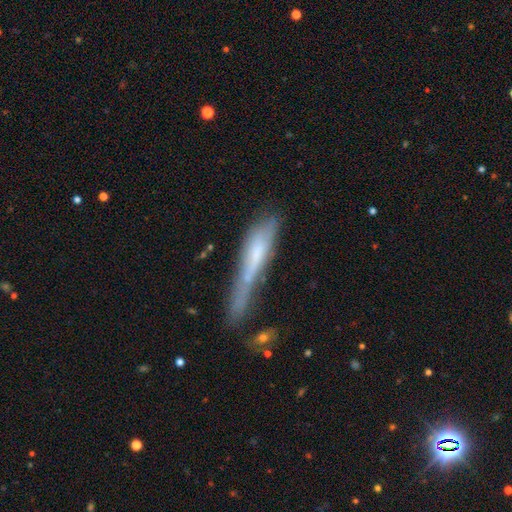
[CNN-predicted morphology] Smooth or featured?
  - smooth: 51% *
  - featured or disk: 41%
  - star or artifact: 9%
How rounded?
  - cigar-shaped: 86% *
  - in between: 13%
  - round: 2%
Merging?
  - none: 35% *
  - minor disturbance: 28%
  - major disturbance: 21%
  - merger: 16%